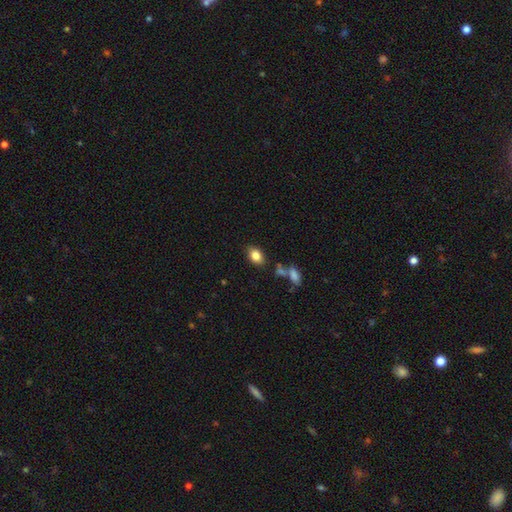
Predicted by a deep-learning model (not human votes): The model was most divided on "how rounded": in between: 81%, round: 17%, cigar-shaped: 2%. More confident: smooth or featured — smooth (83%); merging — none (78%).